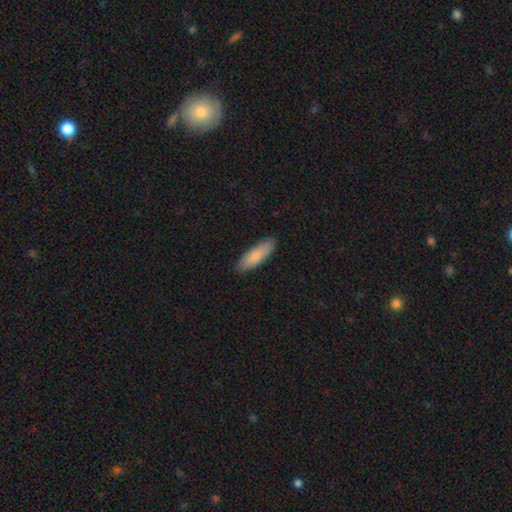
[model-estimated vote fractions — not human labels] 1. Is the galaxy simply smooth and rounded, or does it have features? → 84% smooth, 11% featured or disk, 5% star or artifact.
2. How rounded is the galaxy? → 50% in between, 48% cigar-shaped, 2% round.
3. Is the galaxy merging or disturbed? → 88% none, 9% minor disturbance, 2% major disturbance, 1% merger.